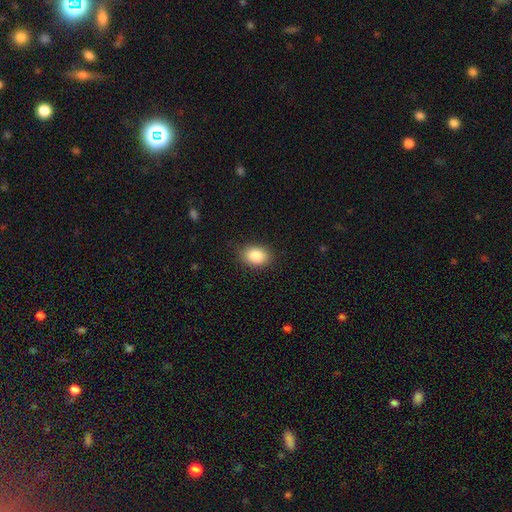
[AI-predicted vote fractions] smooth_or_featured: smooth (p=0.87) [alt: star or artifact p=0.08]
how_rounded: in between (p=0.78) [alt: round p=0.20]
merging: none (p=0.85) [alt: minor disturbance p=0.12]